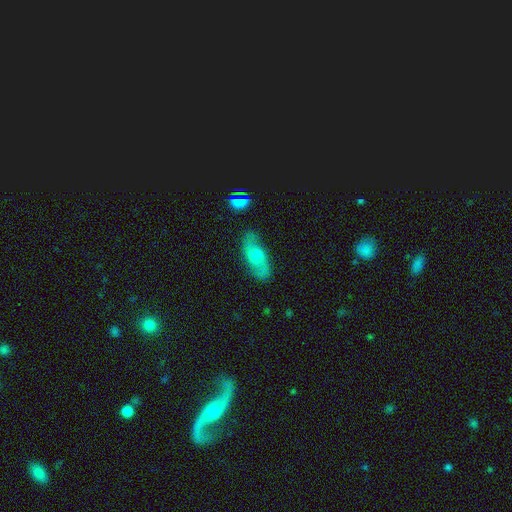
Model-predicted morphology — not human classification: This appears to be a featured or disk galaxy (57%). Merging: none (80%).